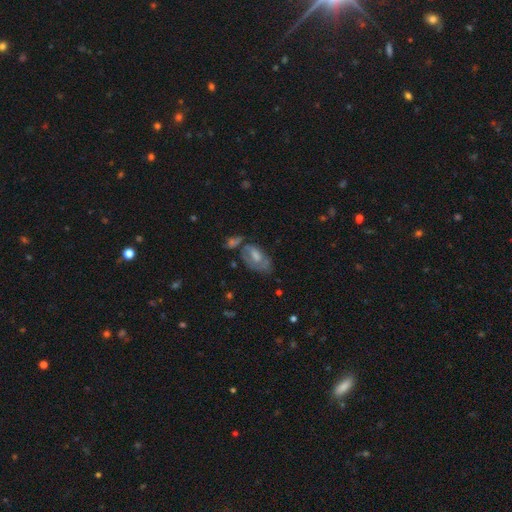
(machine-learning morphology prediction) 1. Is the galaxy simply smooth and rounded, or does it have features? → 53% featured or disk, 34% smooth, 13% star or artifact.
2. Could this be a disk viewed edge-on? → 92% no, 8% yes.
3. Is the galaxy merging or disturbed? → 47% none, 23% minor disturbance, 16% merger, 14% major disturbance.